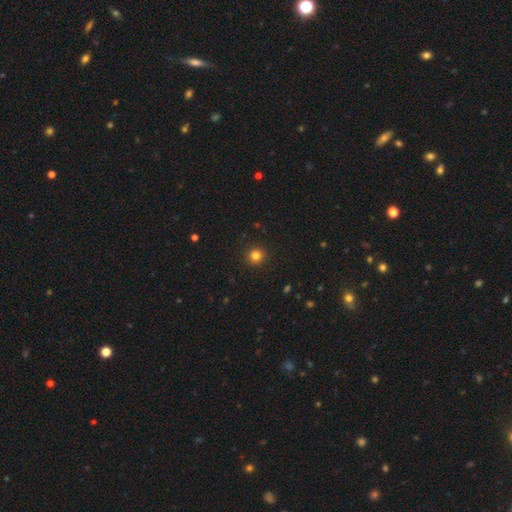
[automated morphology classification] Smooth or featured? smooth (82%)
How rounded? round (93%)
Merging? none (92%)